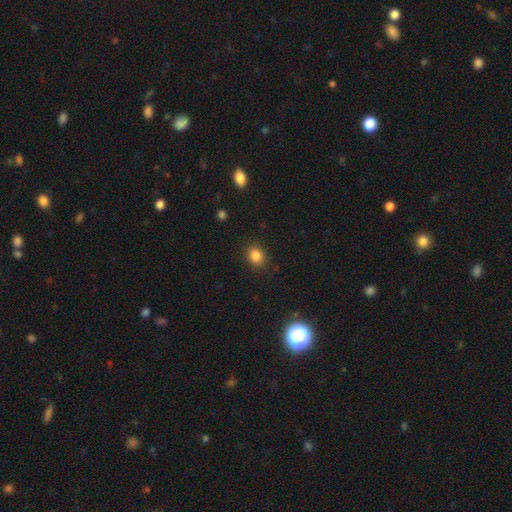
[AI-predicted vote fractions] Q: Smooth or featured?
A: smooth (84%); runner-up: star or artifact (11%)
Q: How rounded?
A: round (53%); runner-up: in between (46%)
Q: Merging?
A: none (86%); runner-up: minor disturbance (10%)